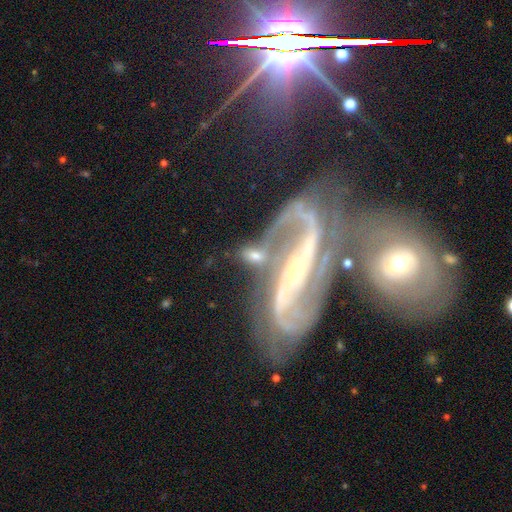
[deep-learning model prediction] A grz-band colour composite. It shows a featured or disk galaxy (48%). Merging: none (44%).